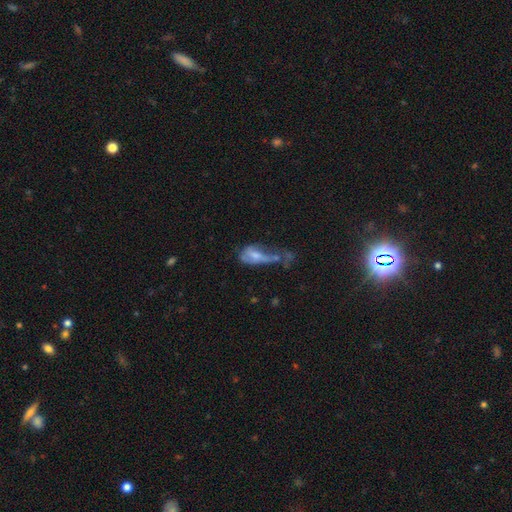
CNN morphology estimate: smooth 48%, featured or disk 40%, star or artifact 11%. Down the decision tree: merging — major disturbance (47%).